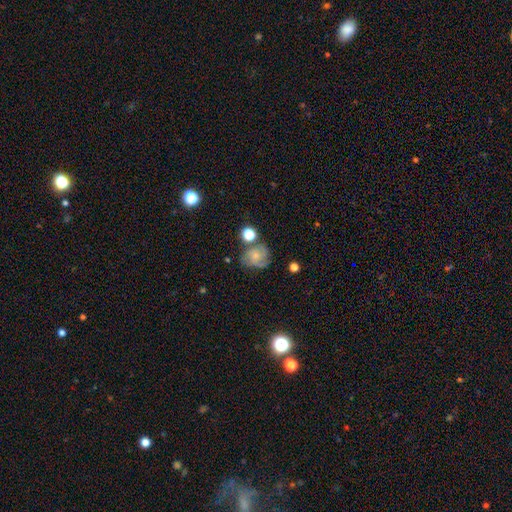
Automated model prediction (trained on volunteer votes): The model was most divided on "smooth or featured": featured or disk: 56%, smooth: 34%, star or artifact: 10%. More confident: edge-on disk — no (98%); spiral arms — yes (88%); bar — no (74%); bulge size — small (60%); merging — none (56%).